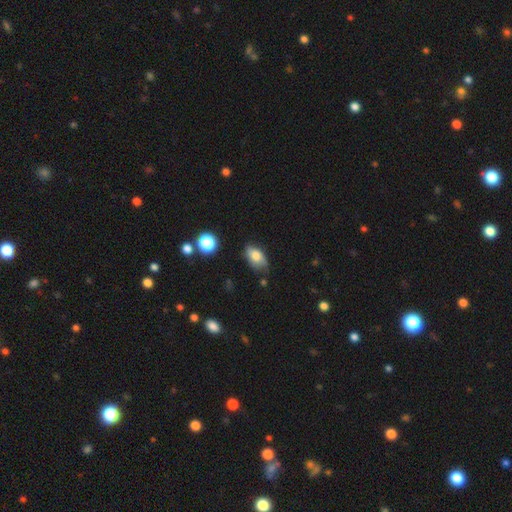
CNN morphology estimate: Smooth or featured? smooth (71%)
How rounded? in between (89%)
Merging? none (60%)